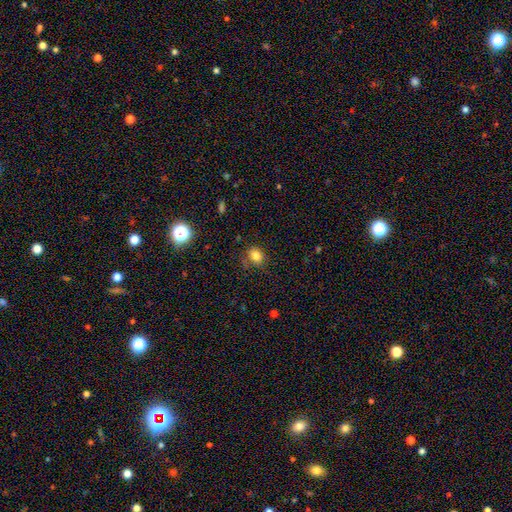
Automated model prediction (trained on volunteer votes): This appears to be a smooth galaxy with no disk features (81%) that is round (56%). Merging: none (77%).